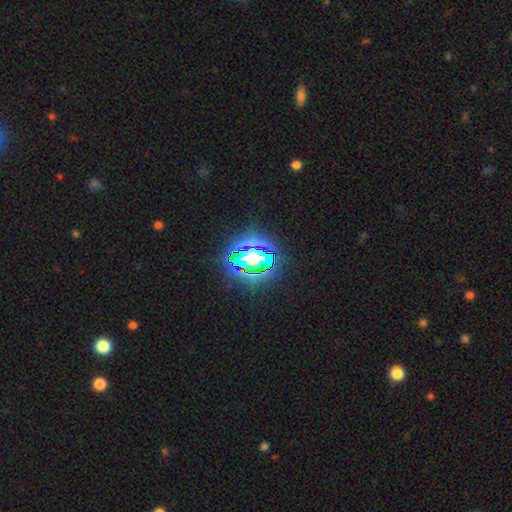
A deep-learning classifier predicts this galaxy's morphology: Q: Smooth or featured?
A: star or artifact (69%); runner-up: smooth (18%)